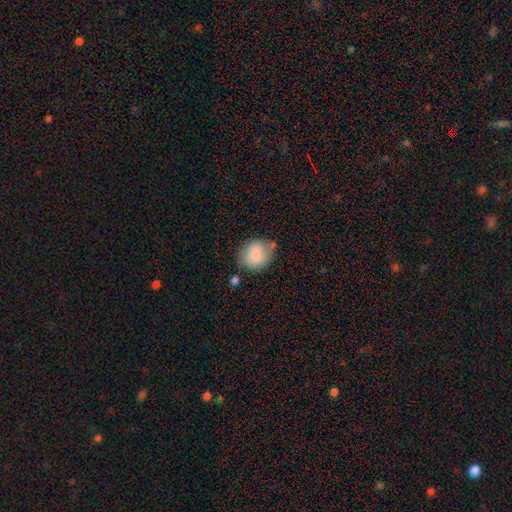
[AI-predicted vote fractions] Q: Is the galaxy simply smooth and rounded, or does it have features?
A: smooth — 77%.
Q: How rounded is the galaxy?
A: round — 68%.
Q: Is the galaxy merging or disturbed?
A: none — 59%.